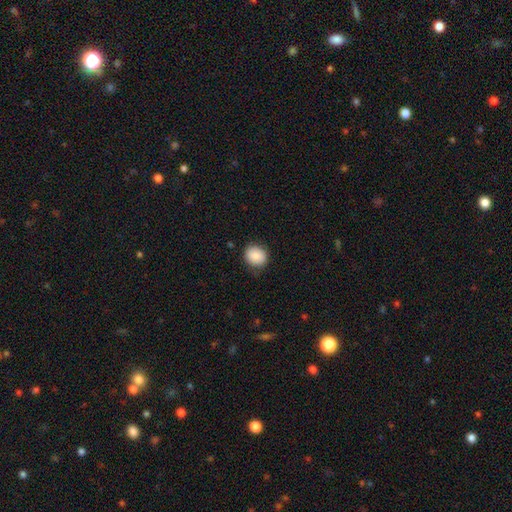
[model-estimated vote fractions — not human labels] smooth 86%, star or artifact 8%, featured or disk 6%. Down the decision tree: how rounded — round (72%); merging — none (81%).